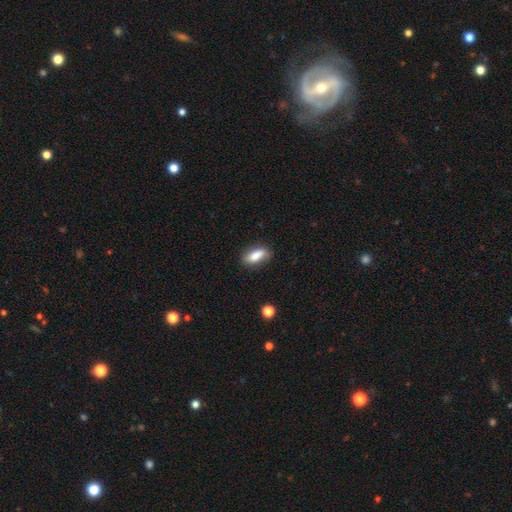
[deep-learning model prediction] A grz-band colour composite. It shows a smooth galaxy with no disk features (81%) that is in between round and cigar-shaped (79%). Merging: none (80%).